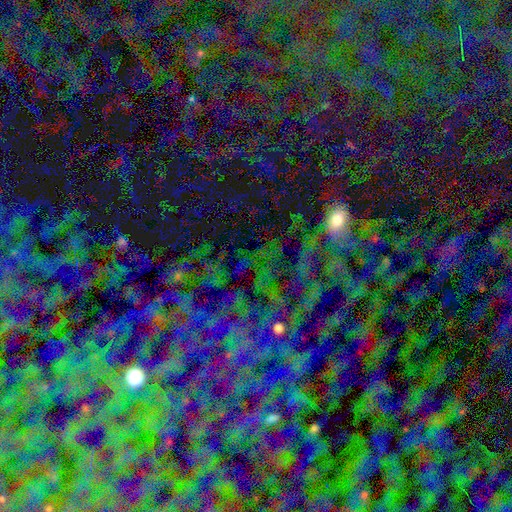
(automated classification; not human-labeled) Smooth or featured: star or artifact — 74% (smooth — 15%)